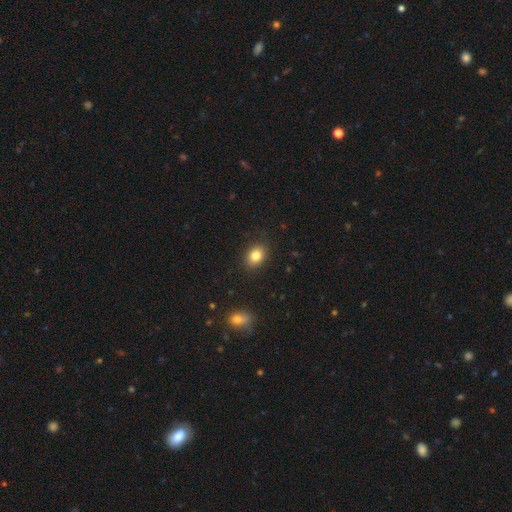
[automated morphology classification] This is clearly a smooth galaxy (83%). How rounded: likely in between (62%). Merging: clearly none (88%).